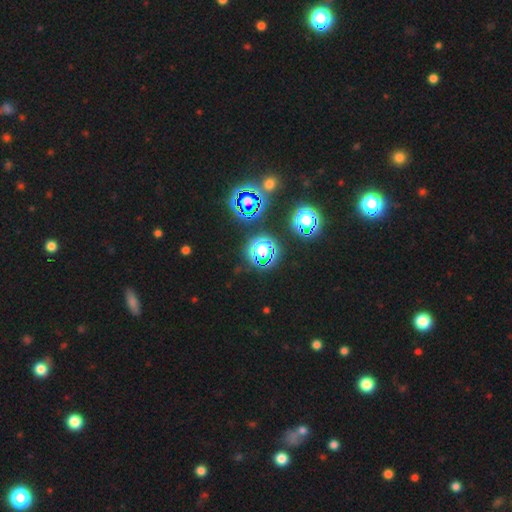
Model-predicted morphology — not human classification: Smooth or featured?
  - star or artifact: 74% *
  - smooth: 18%
  - featured or disk: 8%